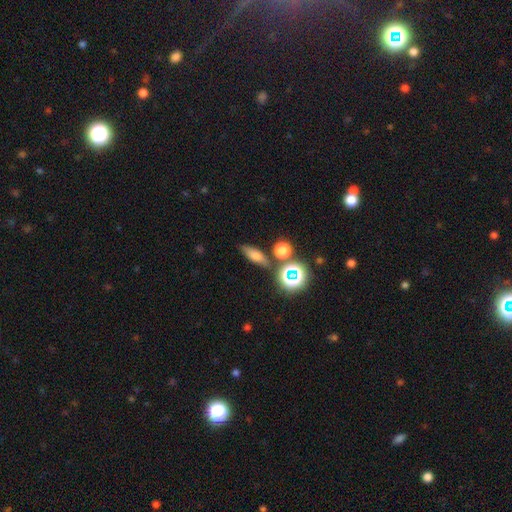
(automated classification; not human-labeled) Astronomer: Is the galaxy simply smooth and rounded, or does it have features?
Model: smooth — 61%.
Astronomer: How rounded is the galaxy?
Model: in between — 47% (runner-up: cigar-shaped, 35%).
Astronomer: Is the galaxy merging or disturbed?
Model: none — 77%.